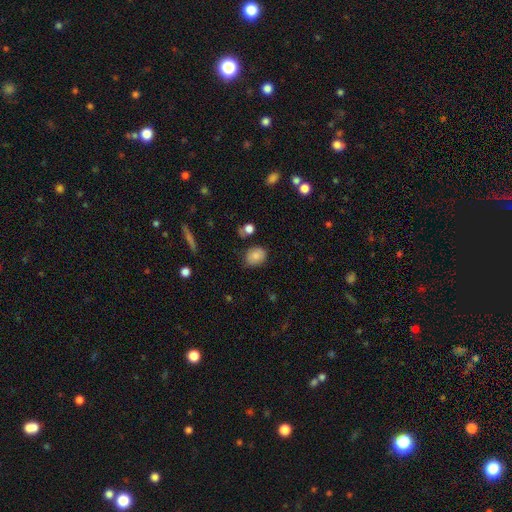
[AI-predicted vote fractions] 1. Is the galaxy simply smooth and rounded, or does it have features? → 82% smooth, 9% star or artifact, 9% featured or disk.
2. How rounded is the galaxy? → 52% in between, 47% round, 1% cigar-shaped.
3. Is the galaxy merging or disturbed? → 74% none, 19% minor disturbance, 4% major disturbance, 3% merger.